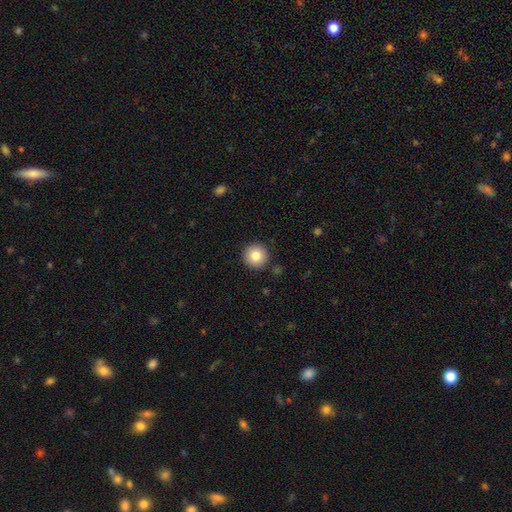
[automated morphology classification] Smooth or featured?
  - smooth: 83% *
  - star or artifact: 9%
  - featured or disk: 8%
How rounded?
  - round: 96% *
  - in between: 3%
  - cigar-shaped: 1%
Merging?
  - none: 91% *
  - minor disturbance: 6%
  - major disturbance: 2%
  - merger: 2%